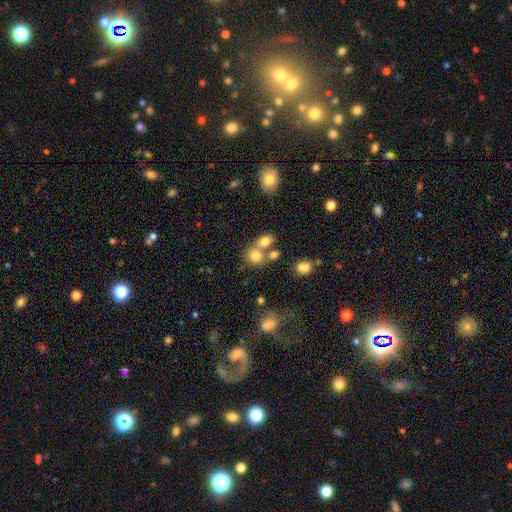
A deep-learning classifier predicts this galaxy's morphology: Overall: smooth (76%). How rounded: round (74%). Merging: none (44%; merger 43%).